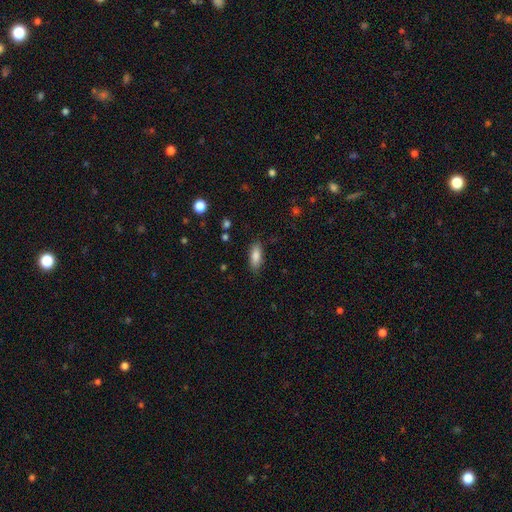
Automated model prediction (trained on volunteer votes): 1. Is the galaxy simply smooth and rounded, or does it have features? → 85% smooth, 8% featured or disk, 7% star or artifact.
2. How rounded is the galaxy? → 76% in between, 22% cigar-shaped, 2% round.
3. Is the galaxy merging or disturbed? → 85% none, 11% minor disturbance, 3% major disturbance, 1% merger.